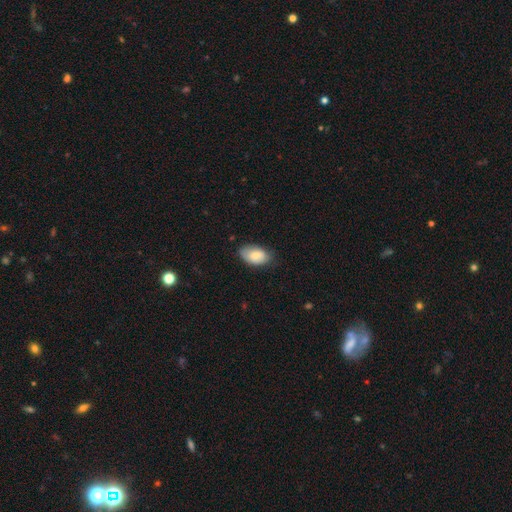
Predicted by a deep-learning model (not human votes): This appears to be a smooth galaxy with no disk features (78%) that is in between round and cigar-shaped (92%). Merging: none (70%).